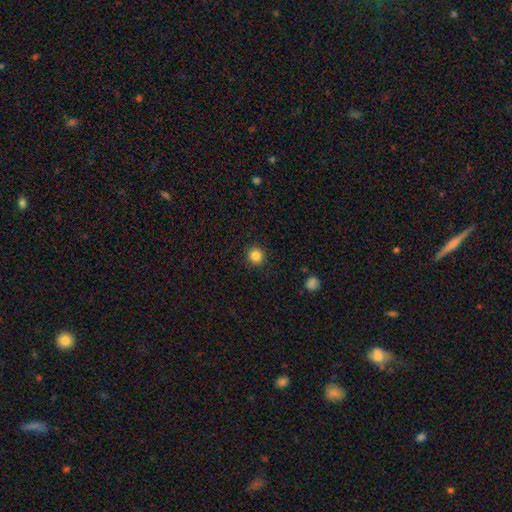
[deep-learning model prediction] smooth 85%, star or artifact 11%, featured or disk 4%. Down the decision tree: how rounded — round (94%); merging — none (92%).